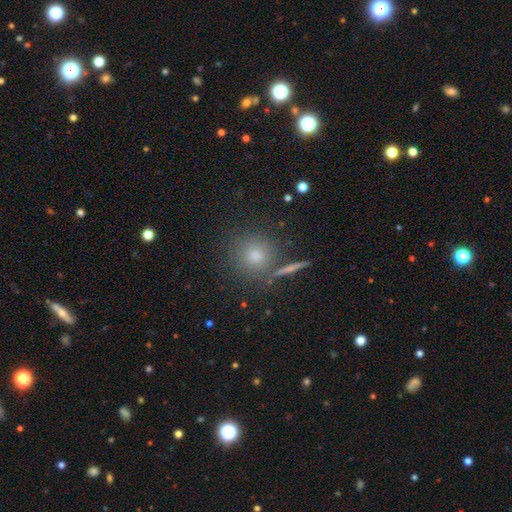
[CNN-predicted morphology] Q: Smooth or featured?
A: smooth (72%); runner-up: star or artifact (16%)
Q: How rounded?
A: round (91%); runner-up: in between (7%)
Q: Merging?
A: none (80%); runner-up: minor disturbance (9%)